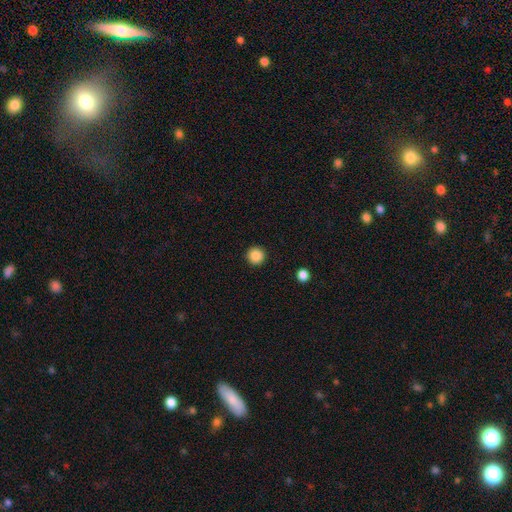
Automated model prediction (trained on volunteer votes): smooth_or_featured: smooth (p=0.87) [alt: star or artifact p=0.10]
how_rounded: round (p=0.96) [alt: in between p=0.03]
merging: none (p=0.93) [alt: minor disturbance p=0.04]